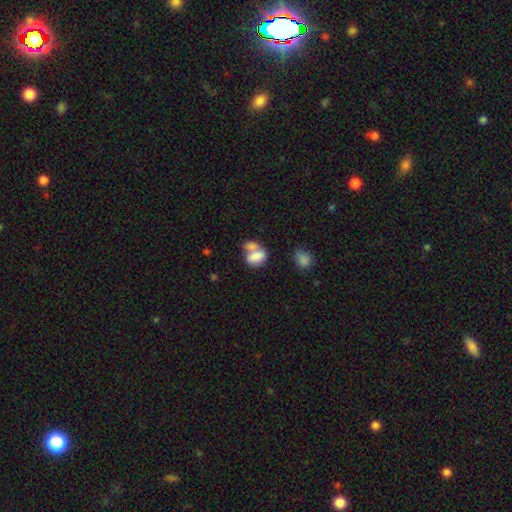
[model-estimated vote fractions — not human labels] Smooth or featured? smooth (76%)
How rounded? in between (78%)
Merging? merger (59%)